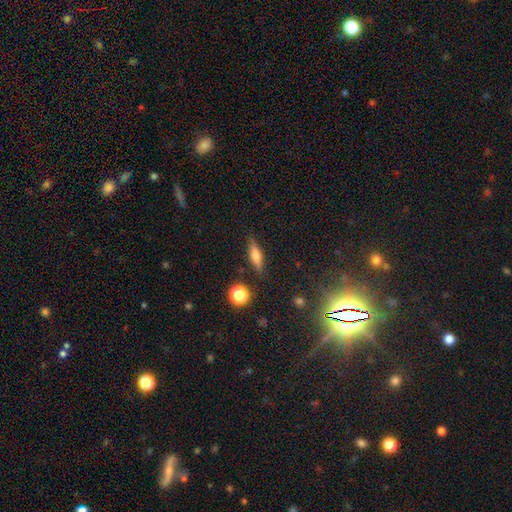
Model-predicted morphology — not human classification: A smooth galaxy with no disk features (51%) that is cigar-shaped (60%).

Vote fractions:
- Smooth or featured? smooth: 51% / featured or disk: 39% / star or artifact: 10%
- How rounded? cigar-shaped: 60% / in between: 34% / round: 6%
- Merging? none: 85% / minor disturbance: 10% / major disturbance: 3% / merger: 2%